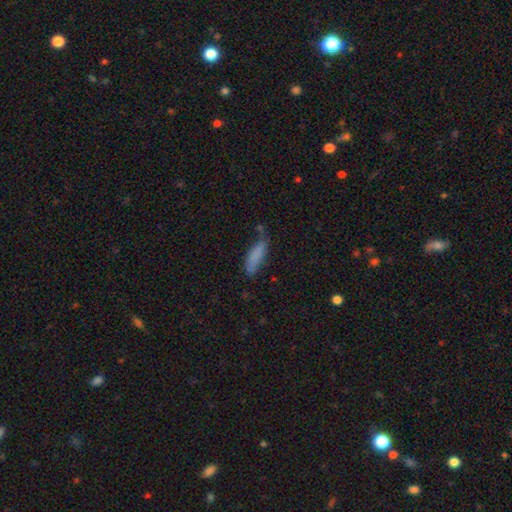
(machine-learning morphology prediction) Smooth or featured? Predicted: smooth (p=0.80). How rounded? Predicted: cigar-shaped (p=0.58). Merging? Predicted: none (p=0.54).